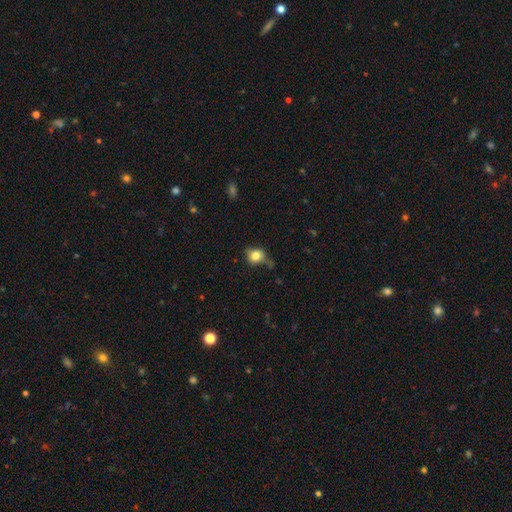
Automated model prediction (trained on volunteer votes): smooth-or-featured: smooth: 75% | featured or disk: 14% | star or artifact: 11%
  how-rounded: round: 59% | in between: 39% | cigar-shaped: 2%
  merging: none: 54% | minor disturbance: 29% | major disturbance: 11% | merger: 6%